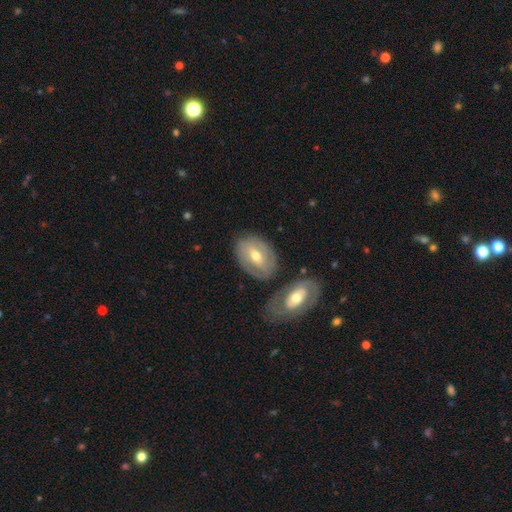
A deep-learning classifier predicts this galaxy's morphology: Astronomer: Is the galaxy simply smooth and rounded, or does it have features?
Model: featured or disk — 57% (runner-up: smooth, 36%).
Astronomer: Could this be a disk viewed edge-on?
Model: no — 91%.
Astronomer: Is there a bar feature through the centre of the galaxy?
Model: weak — 41% (runner-up: no, 33%).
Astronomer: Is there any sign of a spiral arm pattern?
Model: yes — 50%, tied with no at 50%.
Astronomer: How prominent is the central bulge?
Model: moderate — 72%.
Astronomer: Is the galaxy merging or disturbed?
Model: none — 69%.